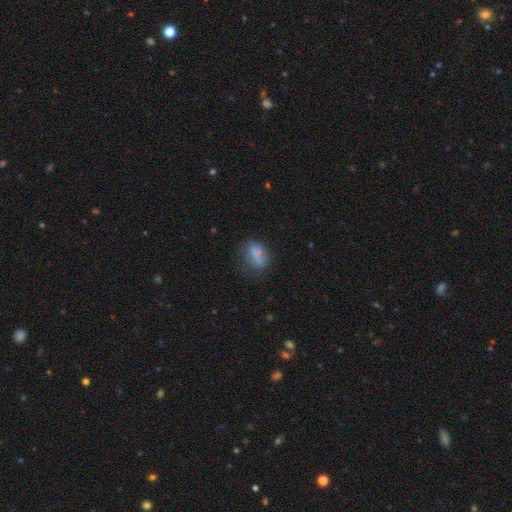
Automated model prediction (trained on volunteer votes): Q: Smooth or featured?
A: smooth (70%); runner-up: featured or disk (19%)
Q: How rounded?
A: in between (75%); runner-up: round (20%)
Q: Merging?
A: none (47%); runner-up: minor disturbance (29%)